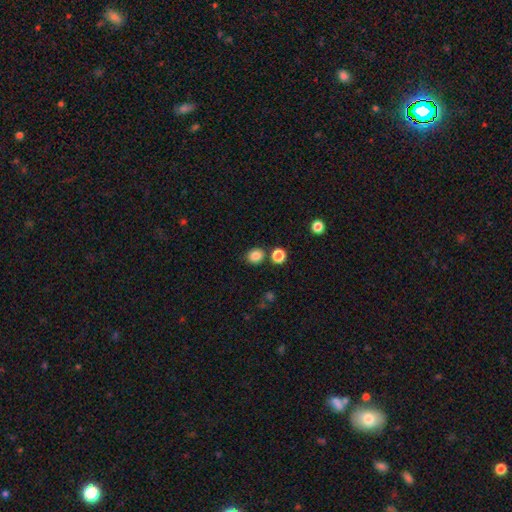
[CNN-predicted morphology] type=smooth (84%); roundness=round (73%); merging=none (80%).